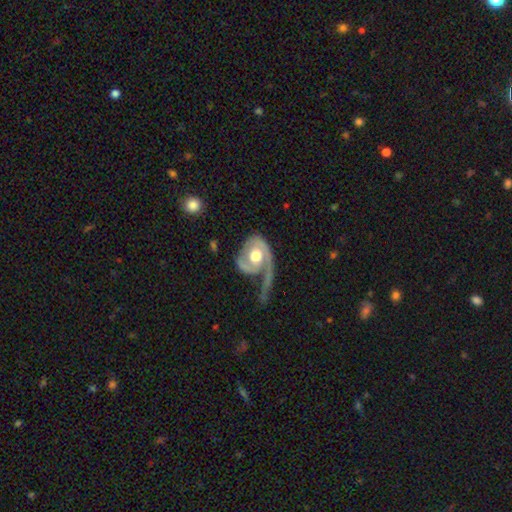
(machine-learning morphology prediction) smooth-or-featured: featured or disk: 83% | smooth: 13% | star or artifact: 4%
  disk-edge-on: no: 97% | yes: 3%
    bar: no: 73% | weak: 21% | strong: 6%
    has-spiral-arms: yes: 93% | no: 7%
      spiral-winding: tight: 37% | medium: 35% | loose: 28%
      spiral-arm-count: 1: 78% | 2: 14% | can't tell: 4% | 3: 2% | 4: 1% | more than 4: 1%
    bulge-size: moderate: 66% | large: 26% | small: 5% | dominant: 2% | none: 1%
  merging: major disturbance: 48% | none: 29% | minor disturbance: 19% | merger: 4%